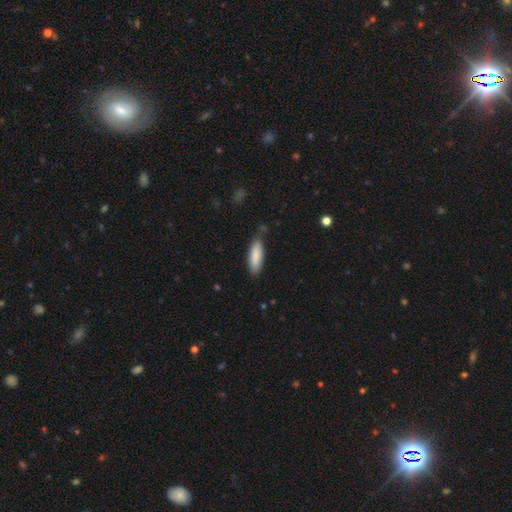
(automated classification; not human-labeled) A smooth galaxy with no disk features (87%) that is in between round and cigar-shaped (57%). Merging: none (76%).